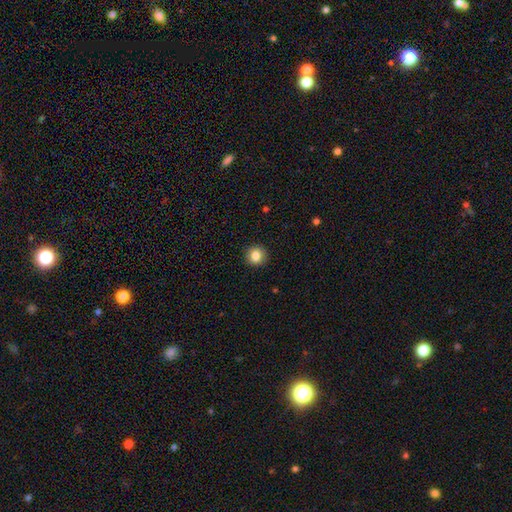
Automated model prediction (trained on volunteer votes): Q: Smooth or featured?
A: smooth (84%); runner-up: star or artifact (10%)
Q: How rounded?
A: round (91%); runner-up: in between (8%)
Q: Merging?
A: none (92%); runner-up: minor disturbance (6%)